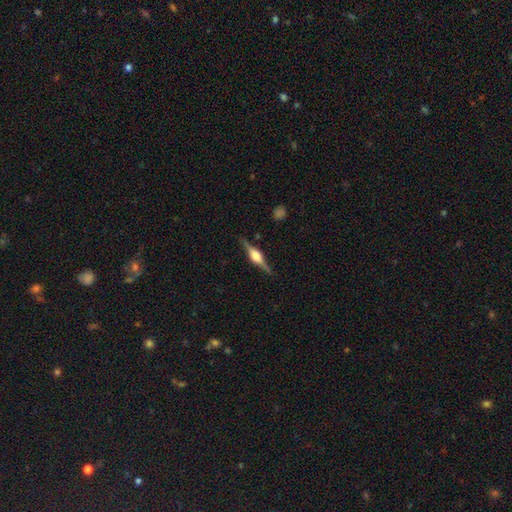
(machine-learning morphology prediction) smooth-or-featured: featured or disk: 82% | smooth: 12% | star or artifact: 6%
  disk-edge-on: yes: 98% | no: 2%
    edge-on-bulge: rounded: 87% | boxy: 11% | none: 2%
  merging: none: 88% | minor disturbance: 9% | major disturbance: 2% | merger: 1%